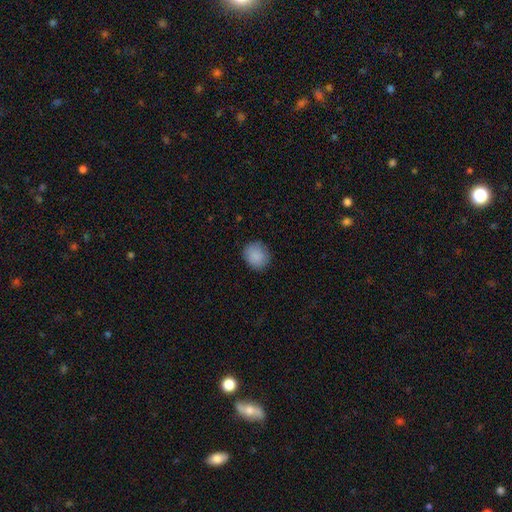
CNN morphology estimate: Smooth or featured? smooth (88%)
How rounded? round (77%)
Merging? none (86%)